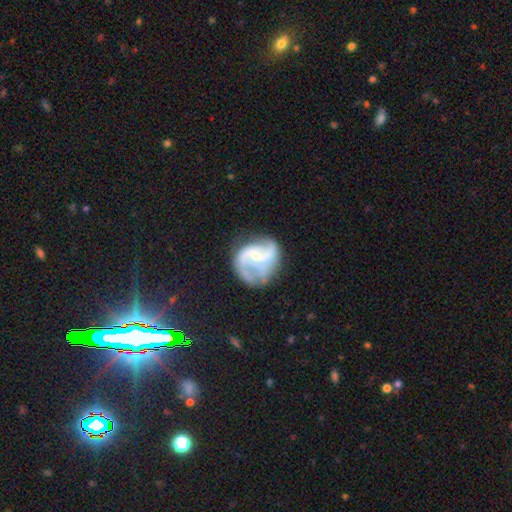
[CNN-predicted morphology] Overall: featured or disk (80%). Edge-on disk: no (98%). Bar: weak (48%; no 38%). Spiral arms: yes (91%). Spiral arm count: 2 (66%). Spiral winding: medium (44%; loose 40%). Bulge size: small (62%; moderate 24%). Merging: none (54%; minor disturbance 23%).